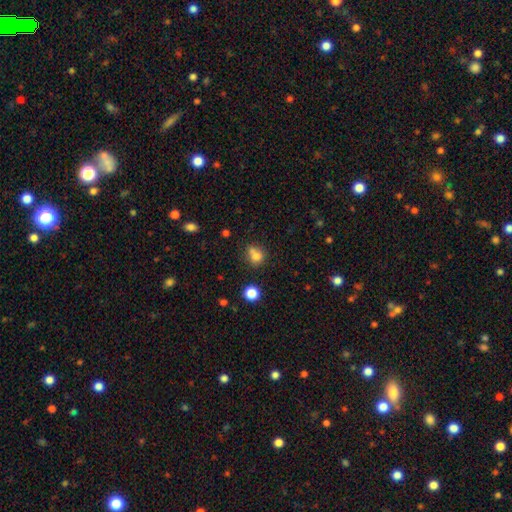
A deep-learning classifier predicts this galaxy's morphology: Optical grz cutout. It shows a smooth galaxy with no disk features (74%) that is round (72%). Merging: none (45%).